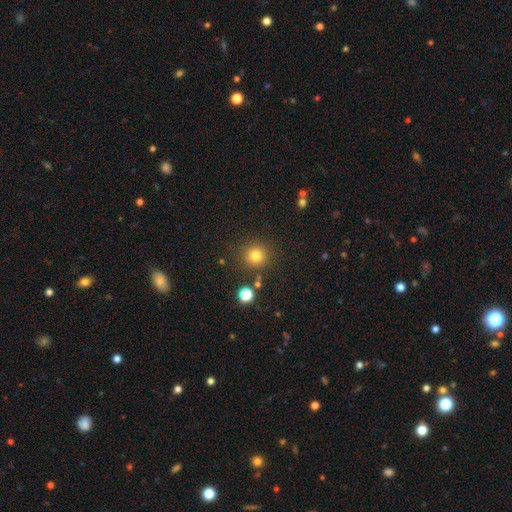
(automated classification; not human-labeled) This appears to be a smooth galaxy with no disk features (80%) that is round (93%). Merging: none (86%).